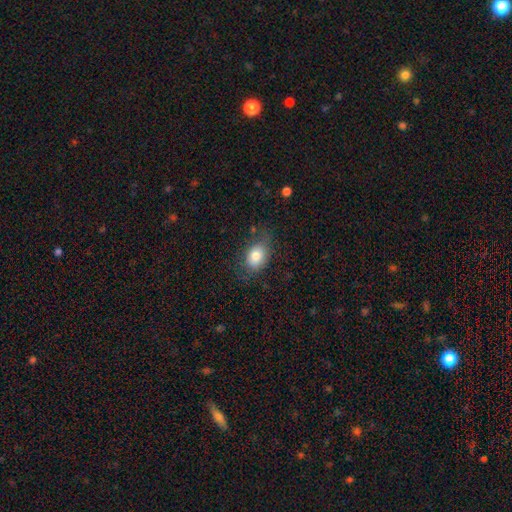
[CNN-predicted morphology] Smooth or featured? smooth (79%)
How rounded? in between (72%)
Merging? none (65%)